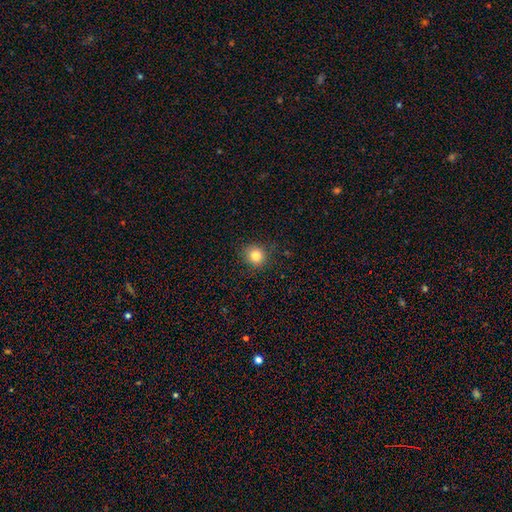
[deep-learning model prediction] A smooth galaxy with no disk features (83%) that is round (88%). Merging: none (87%).